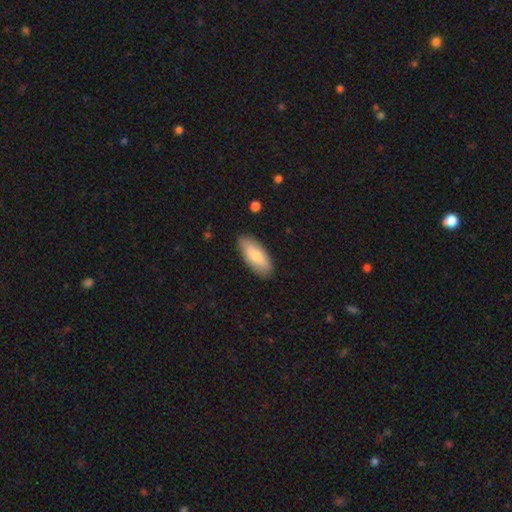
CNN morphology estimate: Overall: smooth (78%). How rounded: in between (85%). Merging: none (85%).